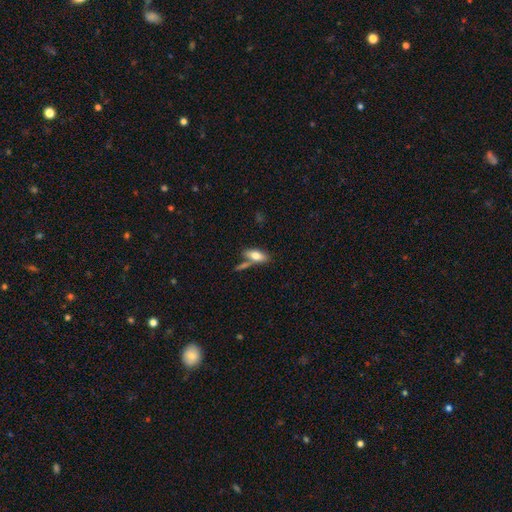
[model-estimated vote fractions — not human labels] Smooth or featured? smooth (72%)
How rounded? in between (76%)
Merging? none (58%)